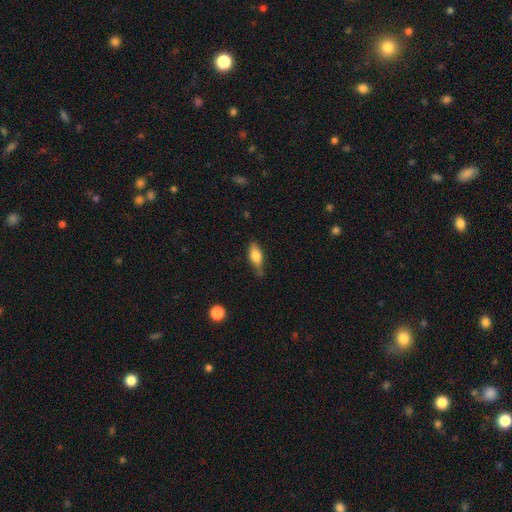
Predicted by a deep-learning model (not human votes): smooth_or_featured: smooth (p=0.72) [alt: featured or disk p=0.21]
how_rounded: in between (p=0.75) [alt: cigar-shaped p=0.21]
merging: none (p=0.66) [alt: minor disturbance p=0.24]